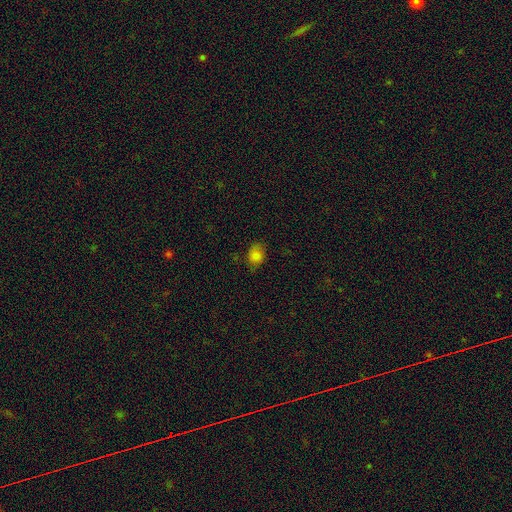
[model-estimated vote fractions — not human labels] Smooth or featured: smooth — 81% (star or artifact — 12%)
How rounded: in between — 65% (round — 34%)
Merging: none — 71% (minor disturbance — 23%)